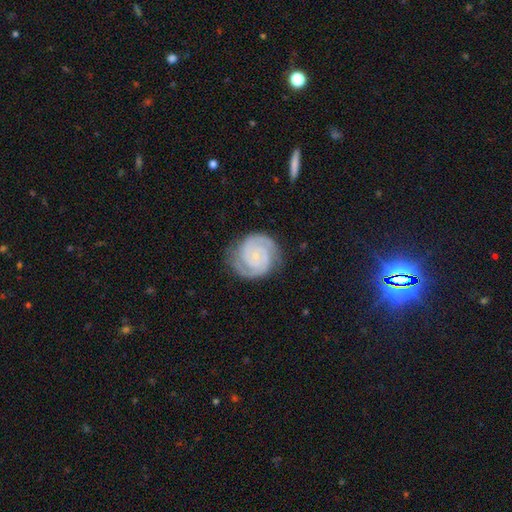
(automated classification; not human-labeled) A featured or disk galaxy (89%) with no bar (66%), 2 (78%) tight (74%) spiral arms (98%) and a small central bulge (78%). Merging: none (79%).